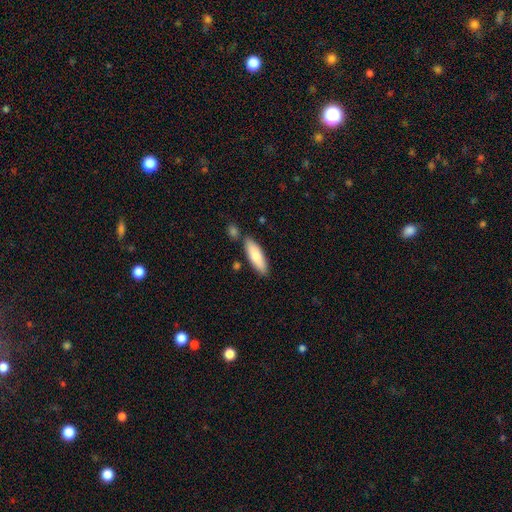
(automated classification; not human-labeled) Q: Smooth or featured?
A: smooth (80%); runner-up: featured or disk (15%)
Q: How rounded?
A: cigar-shaped (51%); runner-up: in between (48%)
Q: Merging?
A: none (78%); runner-up: minor disturbance (12%)